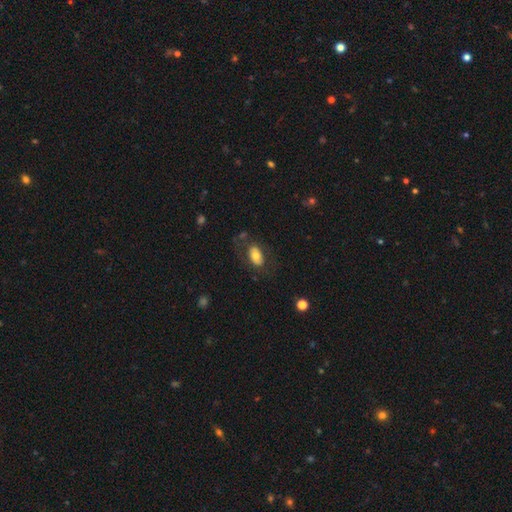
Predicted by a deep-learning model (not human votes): Smooth or featured? smooth (69%)
How rounded? in between (92%)
Merging? none (68%)